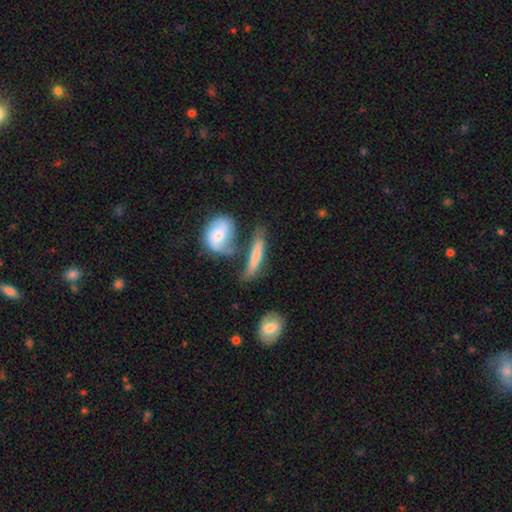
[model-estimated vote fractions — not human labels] smooth-or-featured: smooth: 61% | featured or disk: 32% | star or artifact: 7%
  how-rounded: cigar-shaped: 78% | in between: 18% | round: 4%
  merging: none: 44% | merger: 29% | minor disturbance: 17% | major disturbance: 10%